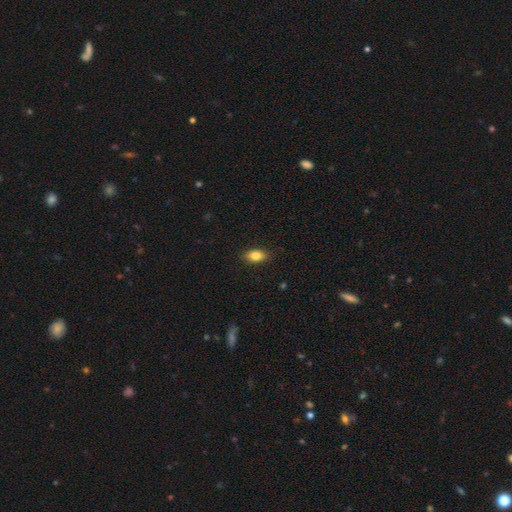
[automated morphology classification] This appears to be a smooth galaxy with no disk features (82%) that is in between round and cigar-shaped (87%). Merging: none (87%).